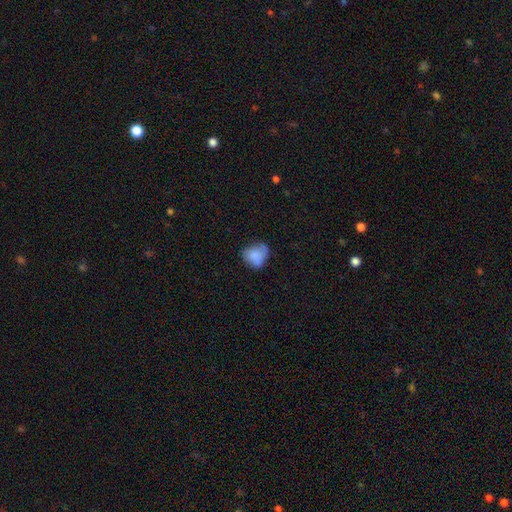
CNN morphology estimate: Smooth or featured?
  - smooth: 74% *
  - featured or disk: 16%
  - star or artifact: 9%
How rounded?
  - round: 57% *
  - in between: 42%
  - cigar-shaped: 1%
Merging?
  - none: 45% *
  - minor disturbance: 34%
  - major disturbance: 16%
  - merger: 5%